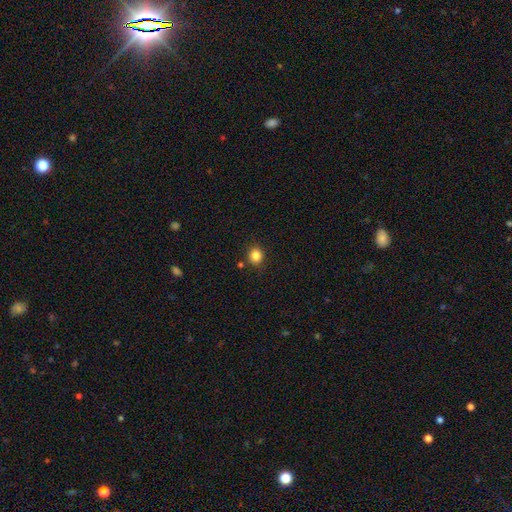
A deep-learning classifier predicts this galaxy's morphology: Overall: smooth (83%). How rounded: round (82%). Merging: none (85%).